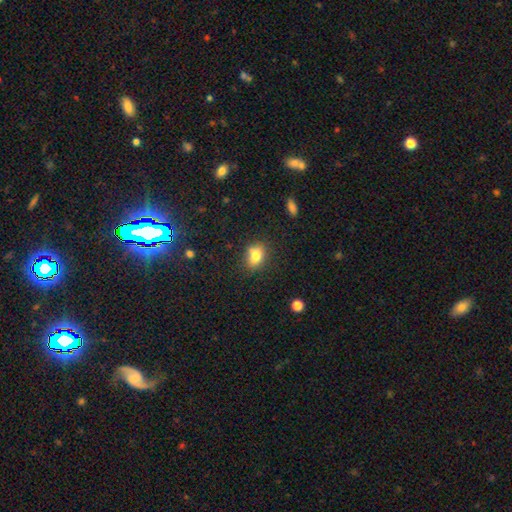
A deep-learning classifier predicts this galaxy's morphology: Smooth or featured? smooth (78%)
How rounded? in between (67%)
Merging? none (64%)